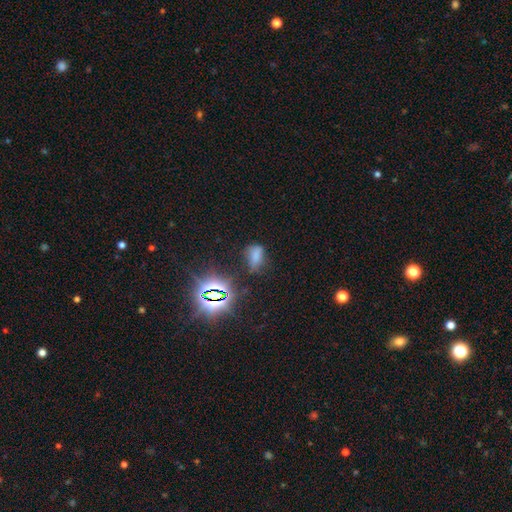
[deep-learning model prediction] Overall: smooth (58%; star or artifact 30%). How rounded: in between (83%). Merging: none (50%; minor disturbance 28%).